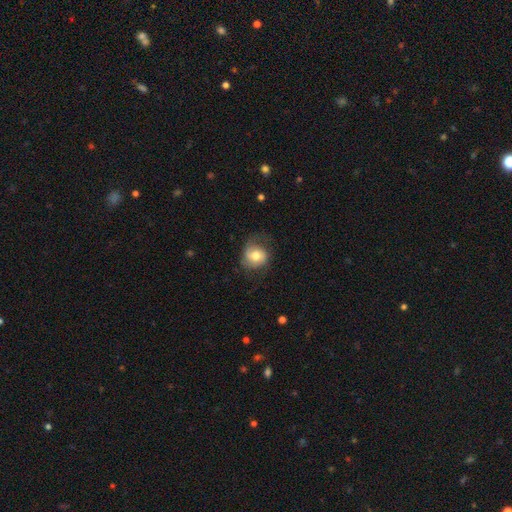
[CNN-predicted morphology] A smooth galaxy with no disk features (57%) that is round (73%).

Vote fractions:
- Smooth or featured? smooth: 57% / featured or disk: 35% / star or artifact: 8%
- How rounded? round: 73% / in between: 26% / cigar-shaped: 1%
- Merging? none: 53% / minor disturbance: 27% / major disturbance: 19% / merger: 1%